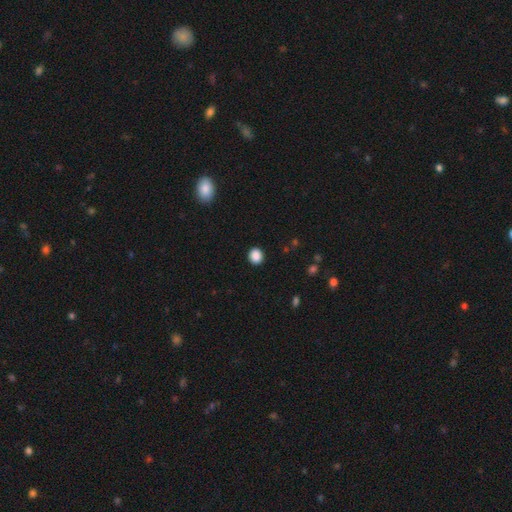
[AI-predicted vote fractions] A smooth galaxy with no disk features (88%) that is round (79%).

Vote fractions:
- Smooth or featured? smooth: 88% / star or artifact: 9% / featured or disk: 3%
- How rounded? round: 79% / in between: 20% / cigar-shaped: 1%
- Merging? none: 91% / minor disturbance: 6% / major disturbance: 2% / merger: 1%